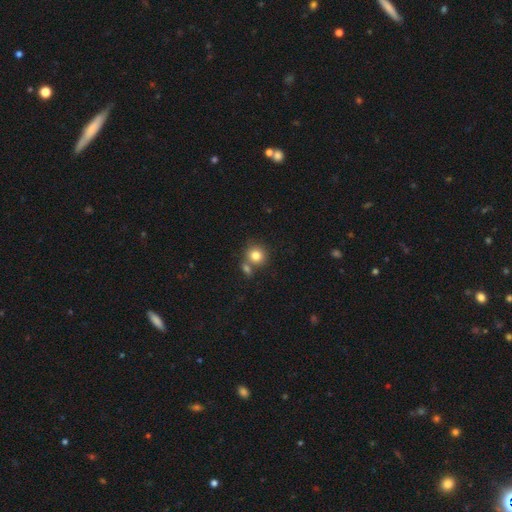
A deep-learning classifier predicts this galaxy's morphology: smooth_or_featured: smooth (p=0.81) [alt: star or artifact p=0.11]
how_rounded: round (p=0.86) [alt: in between p=0.13]
merging: none (p=0.59) [alt: merger p=0.29]